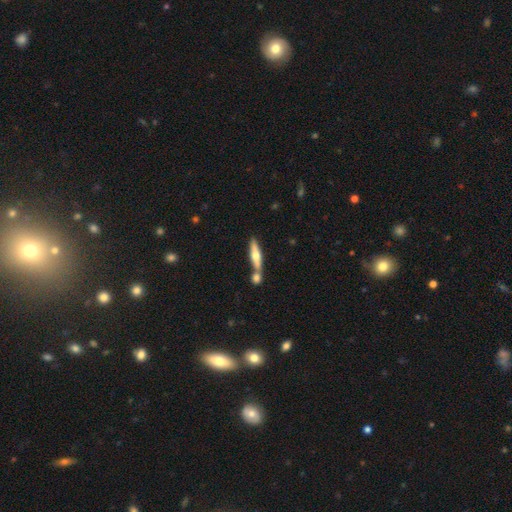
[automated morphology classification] featured or disk 50%, smooth 44%, star or artifact 5%. Down the decision tree: edge-on disk — yes (90%); merging — none (55%).